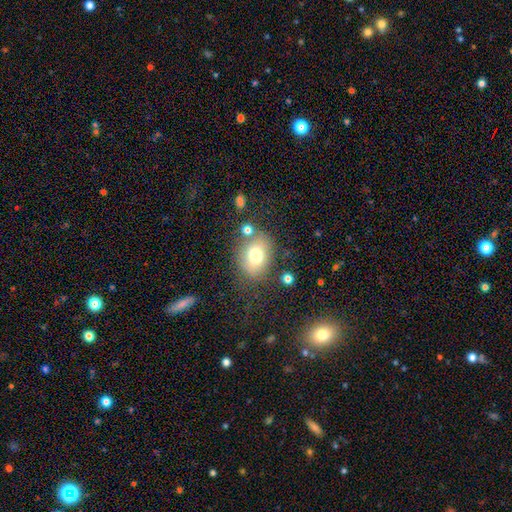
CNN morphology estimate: The model was most divided on "how rounded": in between: 58%, round: 40%, cigar-shaped: 1%. More confident: smooth or featured — smooth (73%); merging — none (66%).